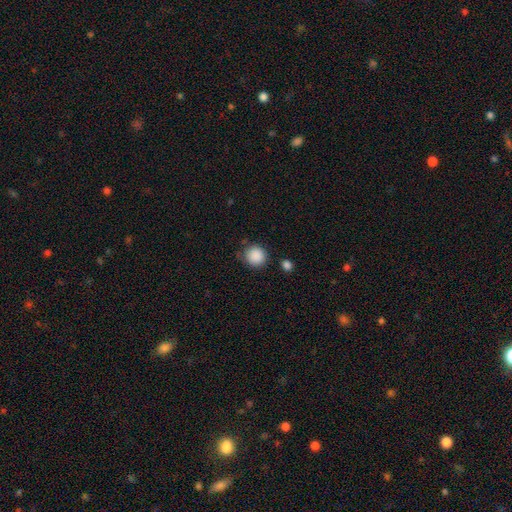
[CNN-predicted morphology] Smooth or featured? Predicted: smooth (p=0.89). How rounded? Predicted: round (p=0.92). Merging? Predicted: none (p=0.81).